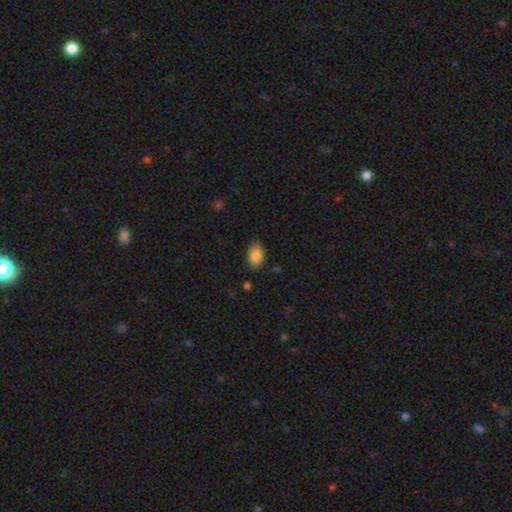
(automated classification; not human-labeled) smooth 86%, star or artifact 8%, featured or disk 6%. Down the decision tree: how rounded — in between (89%); merging — none (82%).